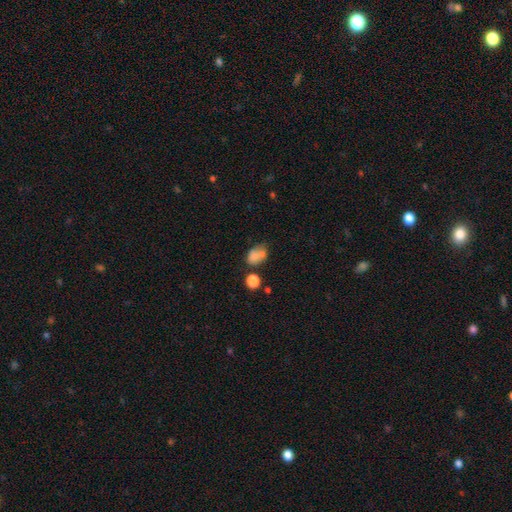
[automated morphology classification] Smooth or featured: smooth — 75% (featured or disk — 13%)
How rounded: in between — 74% (round — 25%)
Merging: none — 40% (minor disturbance — 25%)